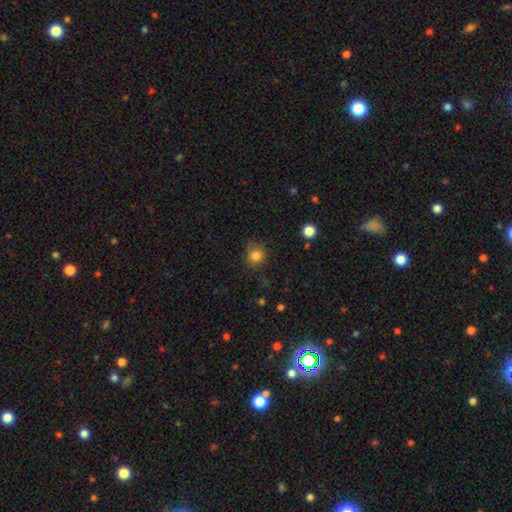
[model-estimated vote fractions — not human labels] Smooth or featured? smooth (82%)
How rounded? round (84%)
Merging? none (71%)